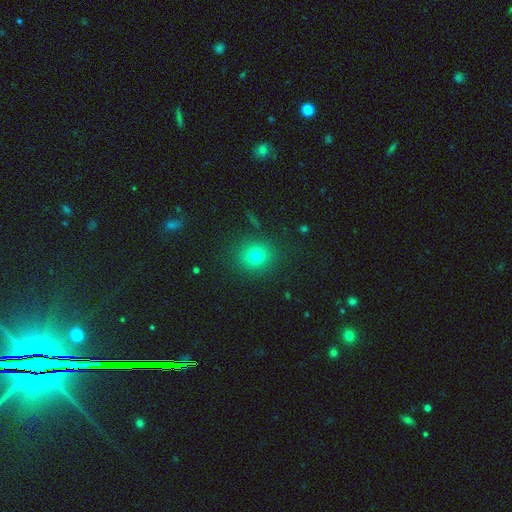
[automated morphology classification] Smooth or featured: smooth — 75% (star or artifact — 16%)
How rounded: round — 83% (in between — 16%)
Merging: none — 87% (minor disturbance — 8%)